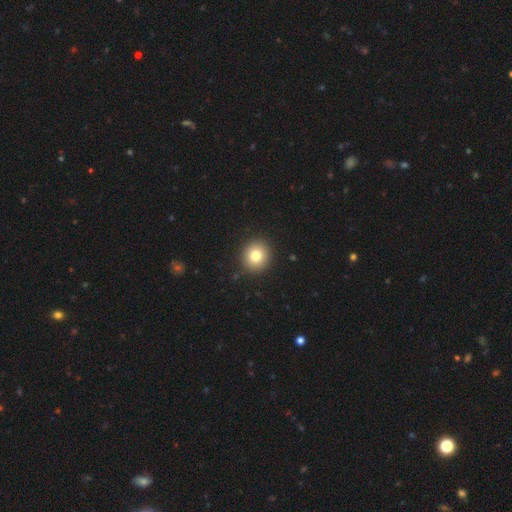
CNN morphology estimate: This appears to be a smooth galaxy with no disk features (79%) that is round (88%). Merging: none (91%).